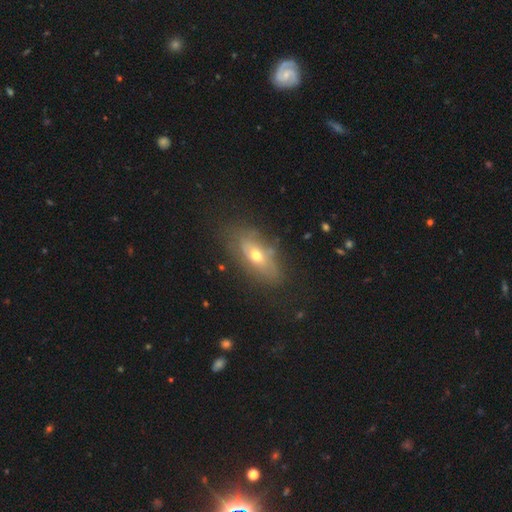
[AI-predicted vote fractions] Overall: smooth (46%; featured or disk 45%). Merging: none (67%).